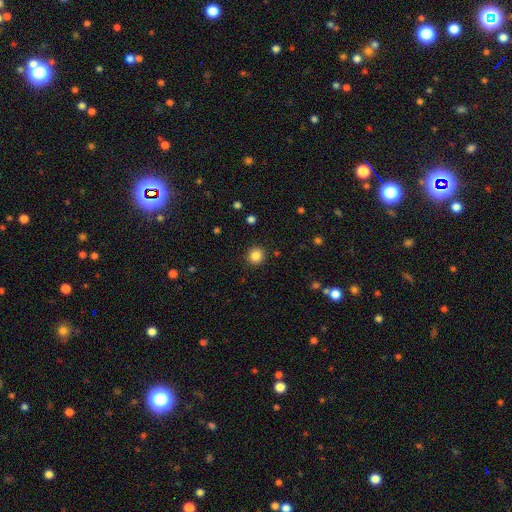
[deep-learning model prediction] smooth-or-featured: smooth: 85% | star or artifact: 11% | featured or disk: 4%
  how-rounded: round: 93% | in between: 6% | cigar-shaped: 1%
  merging: none: 91% | minor disturbance: 5% | major disturbance: 2% | merger: 1%